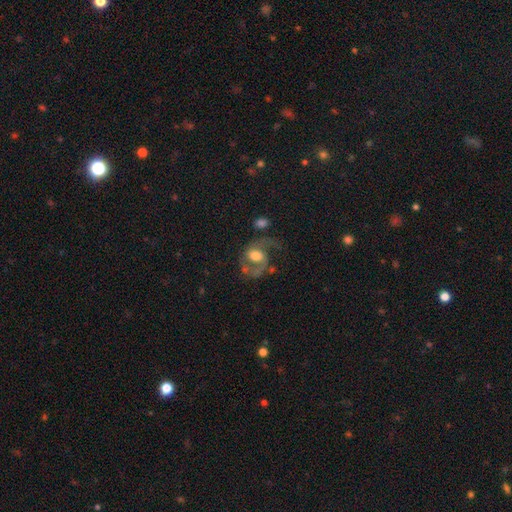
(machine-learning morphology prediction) type=featured or disk (76%); edge-on=no (98%); bar=no (53%); spiral arms=yes (89%); winding=medium (49%); arm count=2 (74%); bulge=moderate (55%); merging=none (43%).